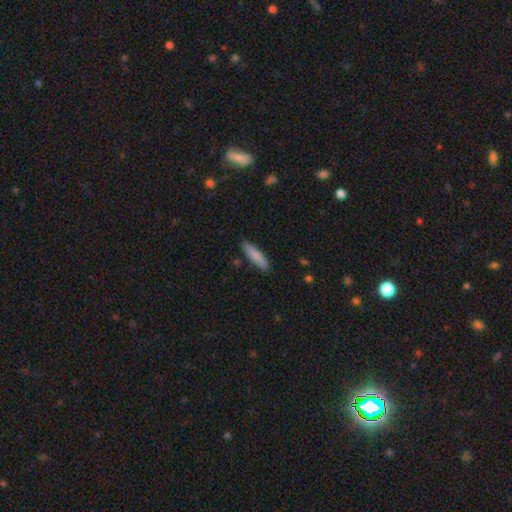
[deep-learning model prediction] This is clearly a smooth galaxy (81%). How rounded: likely cigar-shaped (74%). Merging: clearly none (85%).